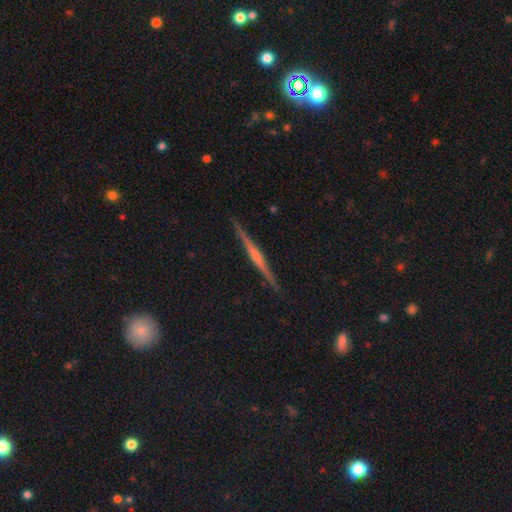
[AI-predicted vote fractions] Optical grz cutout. It shows a featured or disk galaxy (78%) viewed edge-on (98%) with a rounded central bulge (65%). Merging: none (91%).